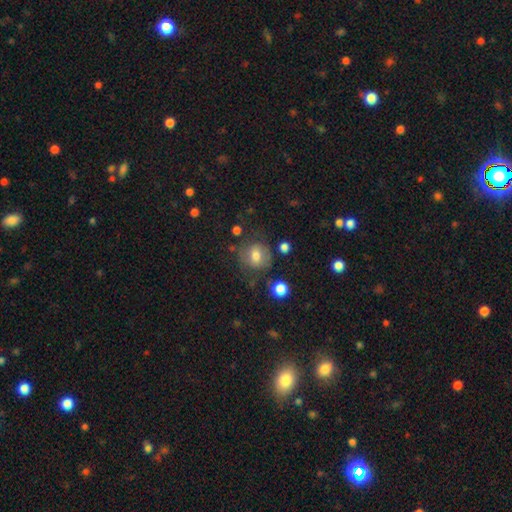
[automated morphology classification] Overall: smooth (67%). How rounded: round (76%). Merging: none (66%).